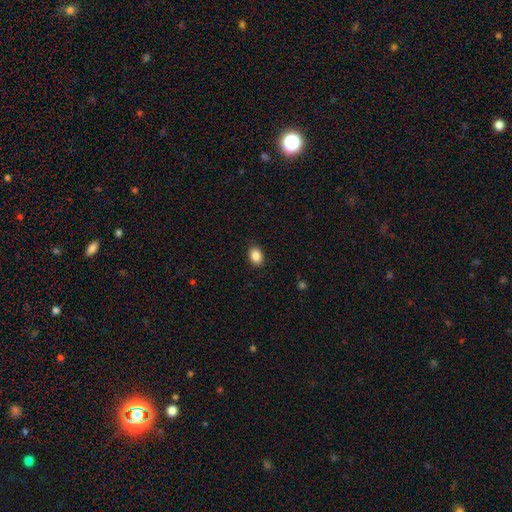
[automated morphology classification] Smooth or featured? smooth (88%)
How rounded? in between (71%)
Merging? none (89%)